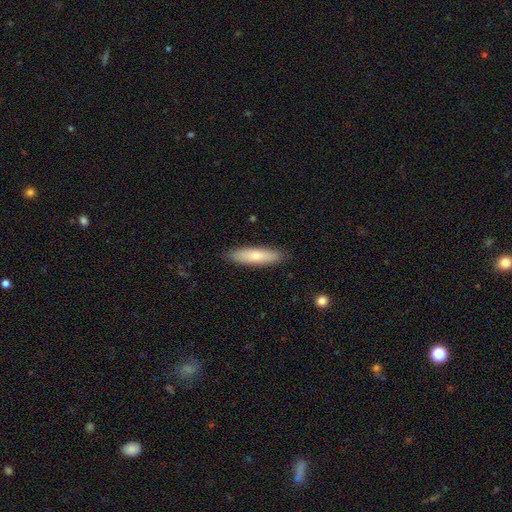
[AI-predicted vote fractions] Smooth or featured?
  - smooth: 72% *
  - featured or disk: 22%
  - star or artifact: 6%
How rounded?
  - cigar-shaped: 71% *
  - in between: 27%
  - round: 2%
Merging?
  - none: 88% *
  - minor disturbance: 9%
  - major disturbance: 2%
  - merger: 1%